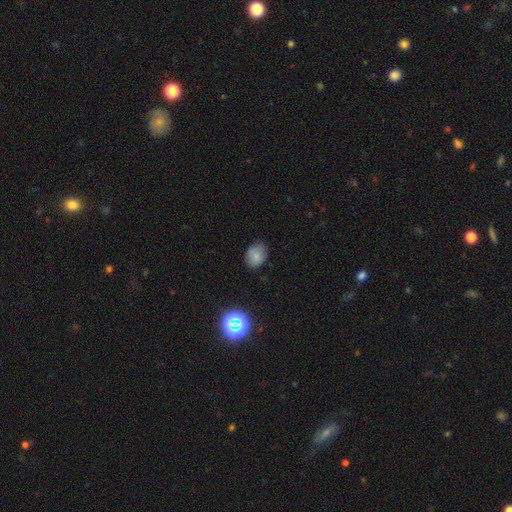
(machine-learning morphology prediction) Smooth or featured? smooth (77%)
How rounded? in between (59%)
Merging? none (75%)